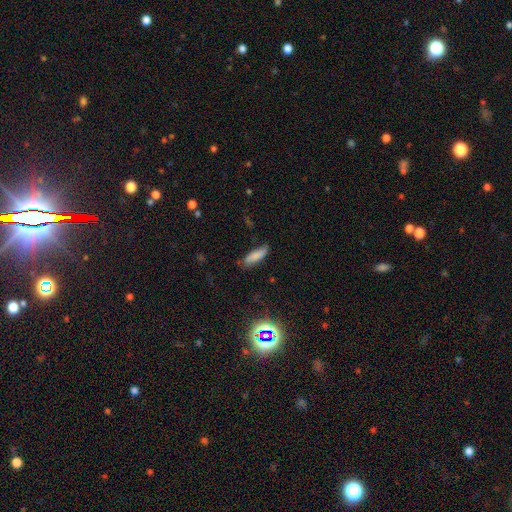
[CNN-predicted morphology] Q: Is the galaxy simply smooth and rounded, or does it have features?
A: smooth — 80%.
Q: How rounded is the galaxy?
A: cigar-shaped — 53%.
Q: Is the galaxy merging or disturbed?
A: none — 73%.